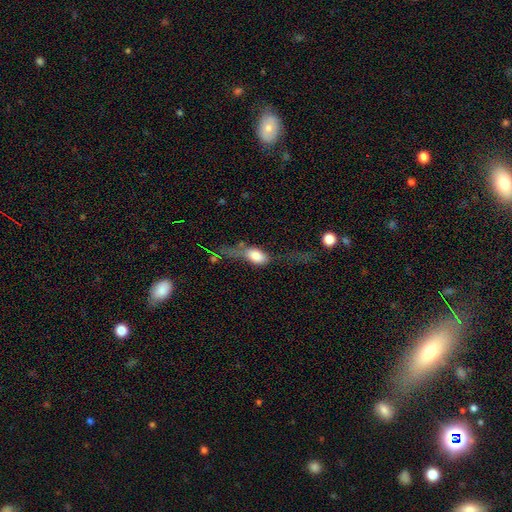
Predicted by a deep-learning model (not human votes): This appears to be a smooth galaxy with no disk features (63%) that is in between round and cigar-shaped (77%). Merging: major disturbance (44%).